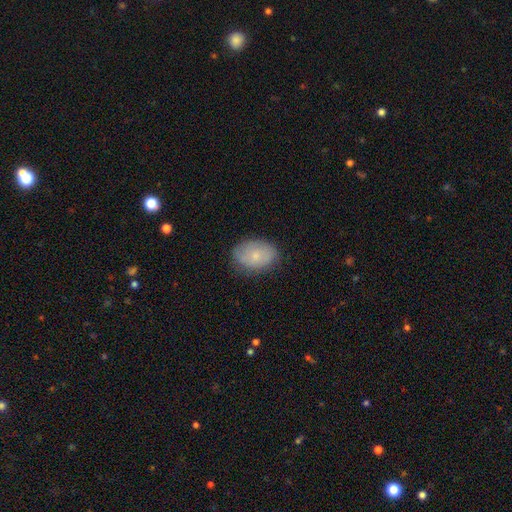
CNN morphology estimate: smooth_or_featured: smooth (p=0.73) [alt: featured or disk p=0.20]
how_rounded: in between (p=0.81) [alt: round p=0.17]
merging: none (p=0.80) [alt: minor disturbance p=0.16]